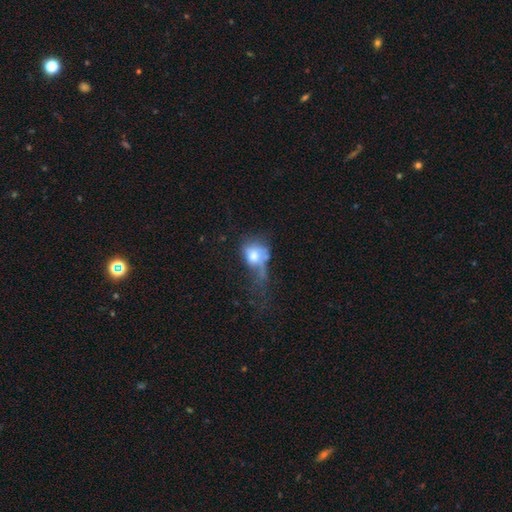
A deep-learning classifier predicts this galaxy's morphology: smooth-or-featured: smooth: 65% | featured or disk: 25% | star or artifact: 9%
  how-rounded: in between: 51% | round: 47% | cigar-shaped: 2%
  merging: major disturbance: 52% | minor disturbance: 19% | none: 17% | merger: 12%